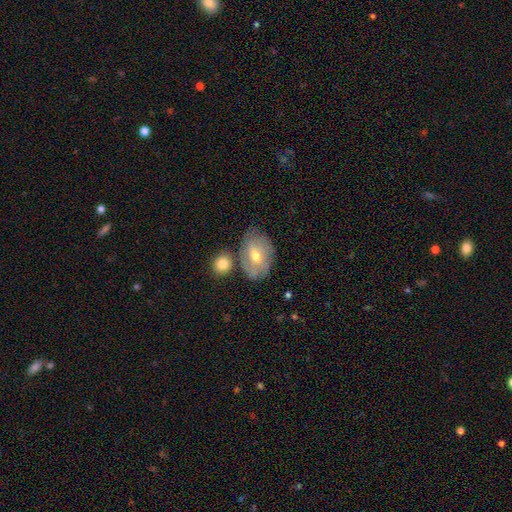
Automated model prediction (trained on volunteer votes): smooth-or-featured: smooth: 47% | featured or disk: 46% | star or artifact: 8%
  merging: none: 57% | minor disturbance: 22% | merger: 14% | major disturbance: 7%